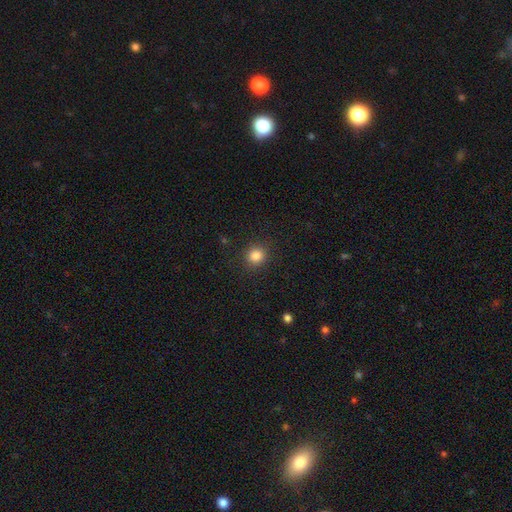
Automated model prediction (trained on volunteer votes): Q: Smooth or featured?
A: smooth (84%); runner-up: star or artifact (12%)
Q: How rounded?
A: round (88%); runner-up: in between (11%)
Q: Merging?
A: none (90%); runner-up: minor disturbance (7%)